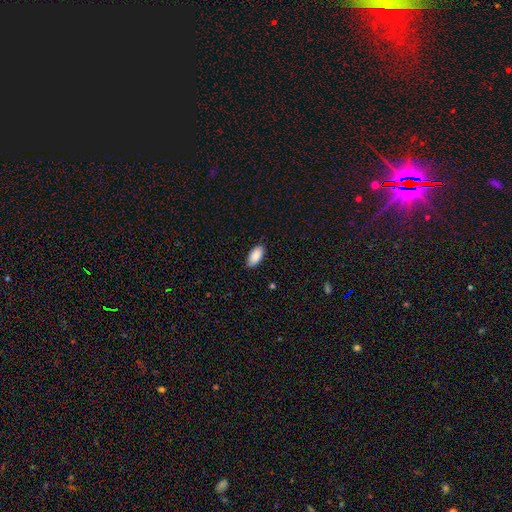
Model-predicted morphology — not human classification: type=smooth (90%); roundness=in between (93%); merging=none (87%).